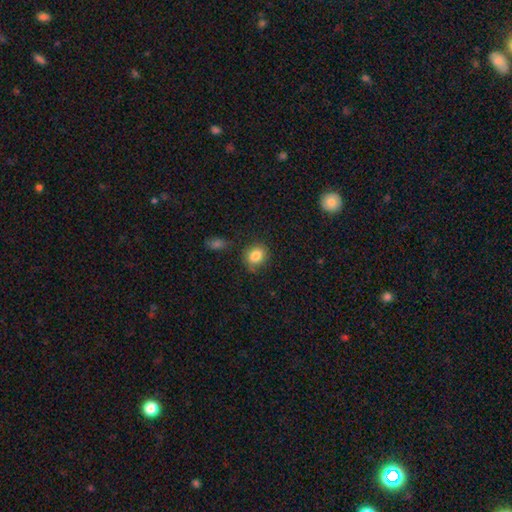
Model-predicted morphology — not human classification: A smooth galaxy with no disk features (85%) that is round (65%). Merging: none (78%).